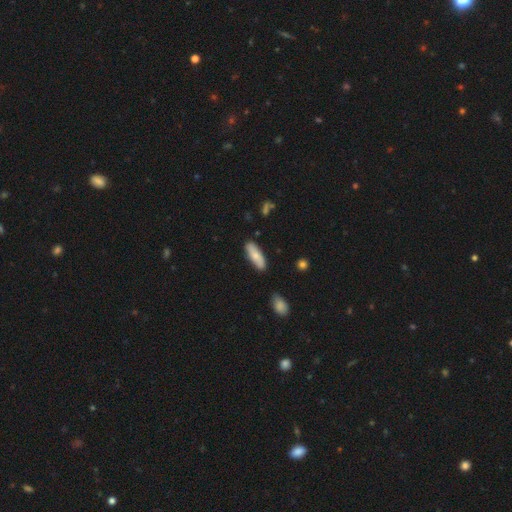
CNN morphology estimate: smooth_or_featured: smooth (p=0.73) [alt: featured or disk p=0.21]
how_rounded: in between (p=0.60) [alt: cigar-shaped p=0.38]
merging: none (p=0.82) [alt: minor disturbance p=0.13]